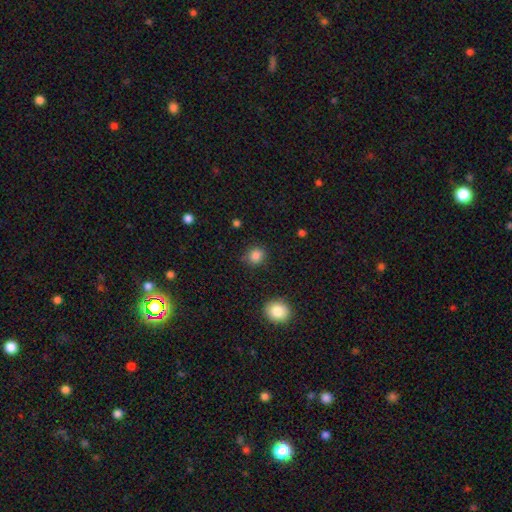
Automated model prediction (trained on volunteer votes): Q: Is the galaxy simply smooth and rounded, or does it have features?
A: smooth — 85%.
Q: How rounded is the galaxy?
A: round — 83%.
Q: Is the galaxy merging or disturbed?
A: none — 83%.